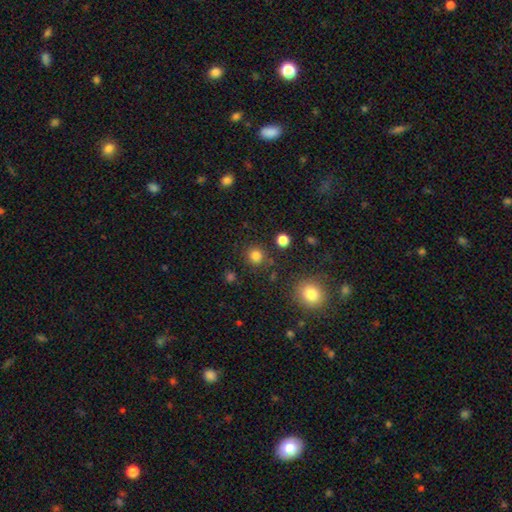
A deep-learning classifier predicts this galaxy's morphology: A smooth galaxy with no disk features (82%) that is round (90%). Merging: none (86%).